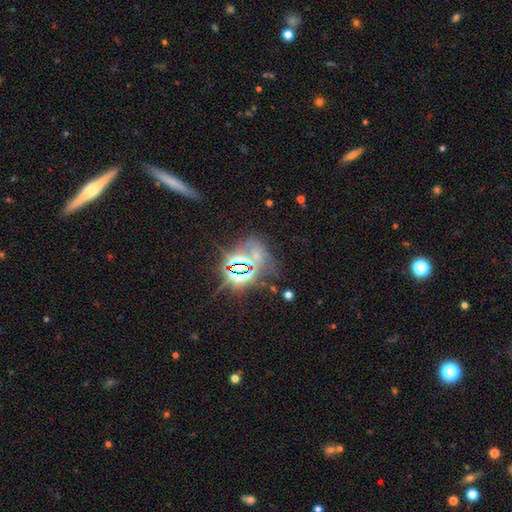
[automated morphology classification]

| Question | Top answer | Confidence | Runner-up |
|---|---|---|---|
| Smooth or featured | star or artifact | 72% | featured or disk (14%) |